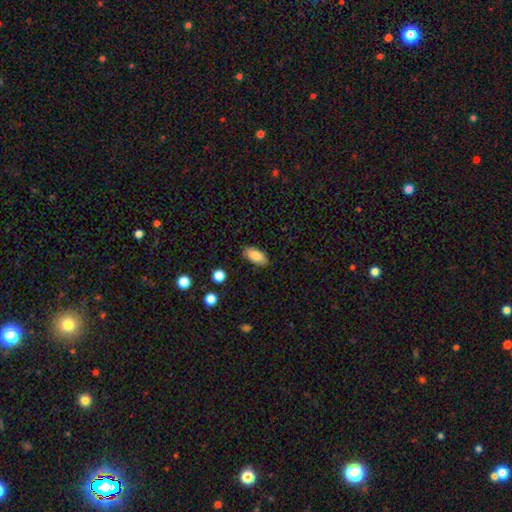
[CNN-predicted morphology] type=smooth (84%); roundness=in between (89%); merging=none (85%).